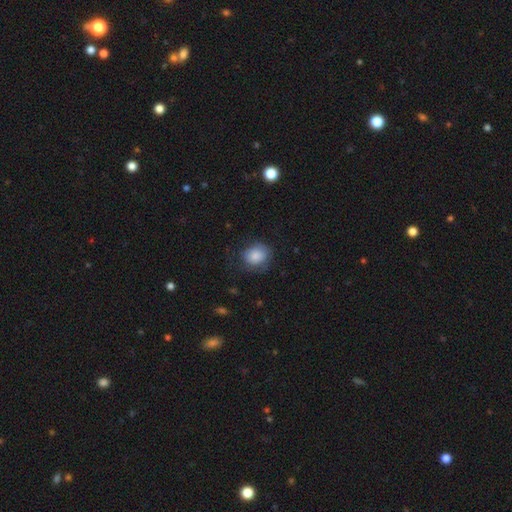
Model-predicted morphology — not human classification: Smooth or featured? smooth (81%)
How rounded? round (61%)
Merging? none (63%)